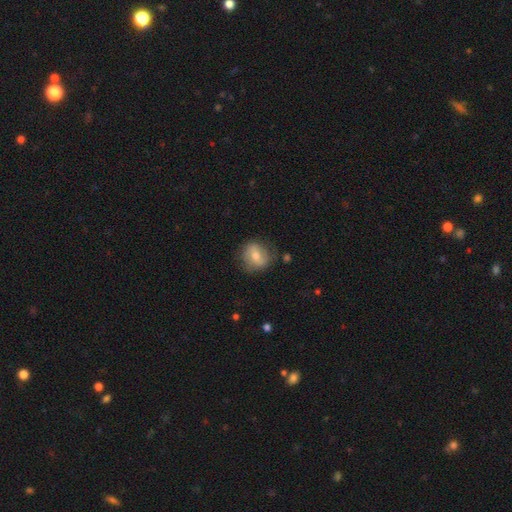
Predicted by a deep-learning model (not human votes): A smooth galaxy with no disk features (56%) that is round (75%). Merging: none (74%).